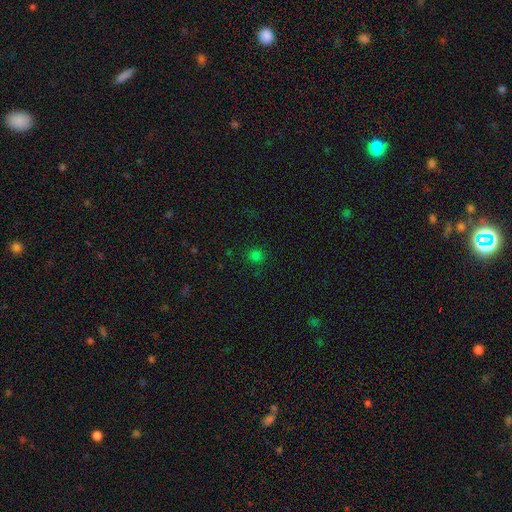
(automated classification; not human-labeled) smooth 76%, star or artifact 21%, featured or disk 4%. Down the decision tree: how rounded — round (88%); merging — none (88%).